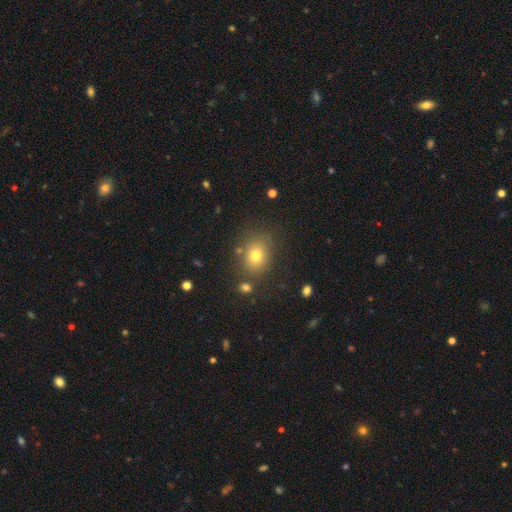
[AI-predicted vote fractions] Smooth or featured?
  - smooth: 75% *
  - star or artifact: 14%
  - featured or disk: 11%
How rounded?
  - round: 57% *
  - in between: 42%
  - cigar-shaped: 1%
Merging?
  - none: 77% *
  - minor disturbance: 13%
  - merger: 5%
  - major disturbance: 5%